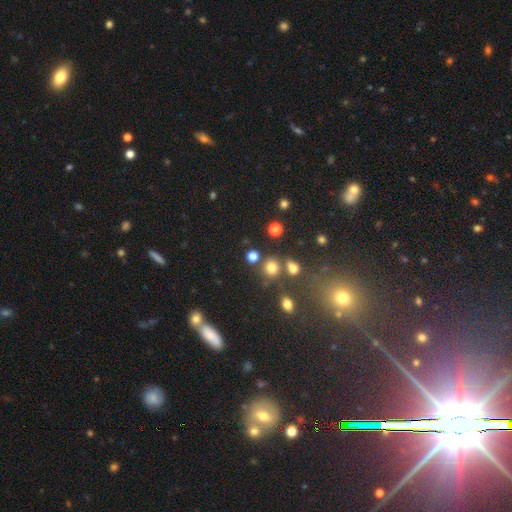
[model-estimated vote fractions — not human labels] Morphology: type=star or artifact (71%).